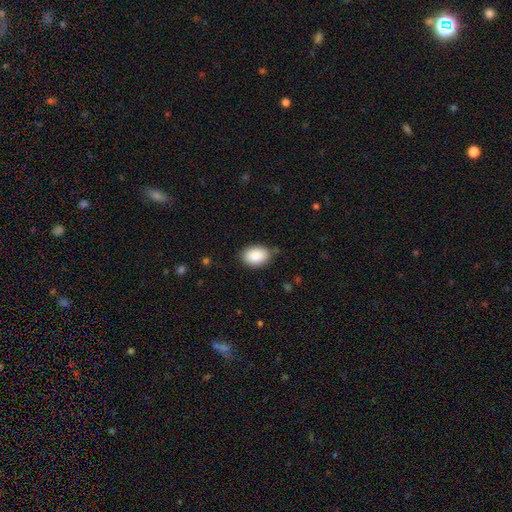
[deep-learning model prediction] This appears to be a smooth galaxy with no disk features (88%) that is in between round and cigar-shaped (84%). Merging: none (79%).